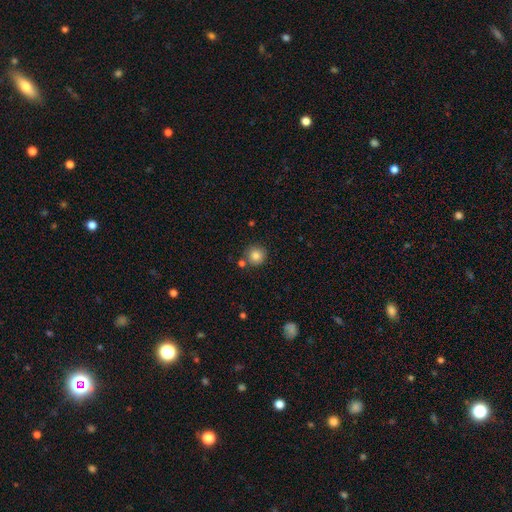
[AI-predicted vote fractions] The model was most divided on "merging": none: 78%, merger: 10%, minor disturbance: 9%, major disturbance: 3%. More confident: how rounded — round (93%); smooth or featured — smooth (84%).